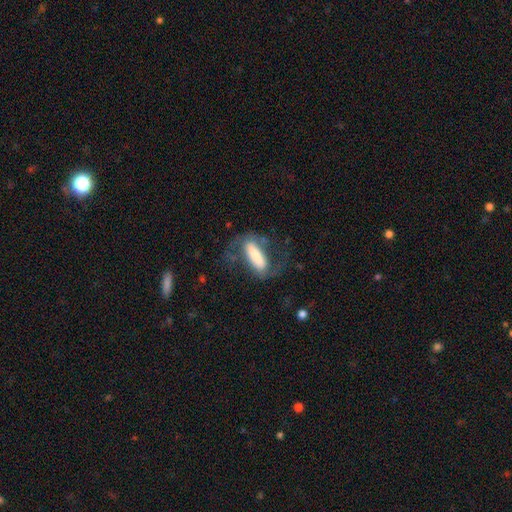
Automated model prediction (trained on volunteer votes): Morphology: type=featured or disk (49%); merging=none (50%).